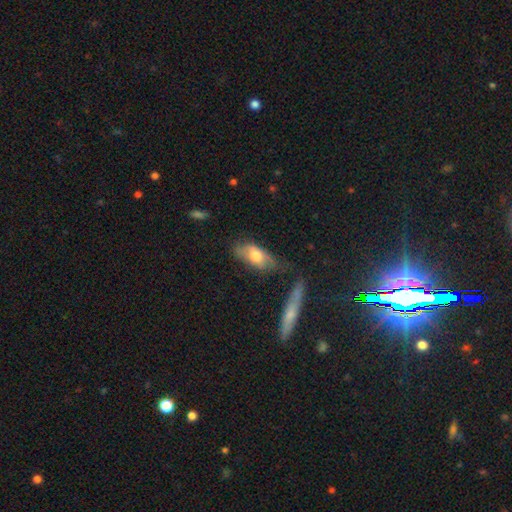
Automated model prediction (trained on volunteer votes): Morphology: type=smooth (61%); roundness=in between (81%); merging=none (50%).